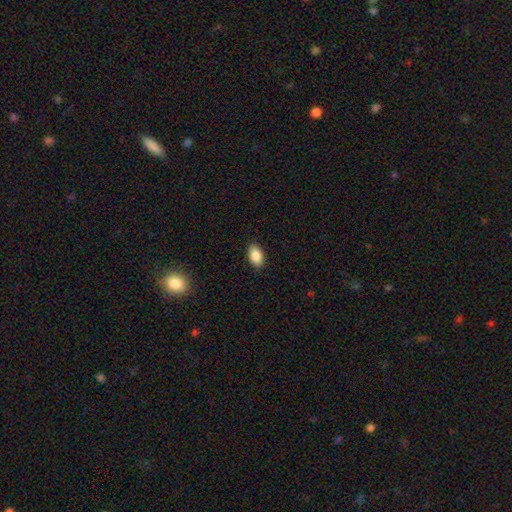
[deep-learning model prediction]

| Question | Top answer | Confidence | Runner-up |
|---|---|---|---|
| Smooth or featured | smooth | 87% | star or artifact (7%) |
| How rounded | in between | 92% | round (5%) |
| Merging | none | 88% | minor disturbance (9%) |